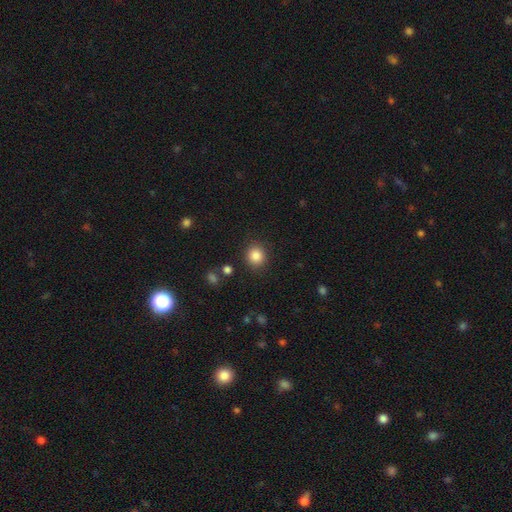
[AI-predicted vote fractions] smooth 85%, star or artifact 10%, featured or disk 4%. Down the decision tree: how rounded — round (87%); merging — none (88%).